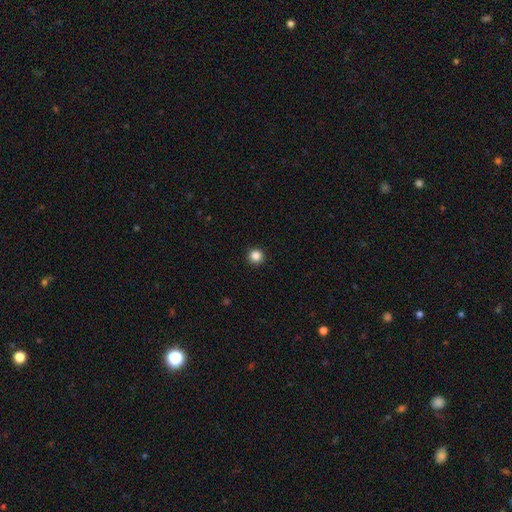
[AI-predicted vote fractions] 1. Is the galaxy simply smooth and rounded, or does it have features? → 86% smooth, 11% star or artifact, 3% featured or disk.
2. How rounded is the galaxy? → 96% round, 3% in between, 1% cigar-shaped.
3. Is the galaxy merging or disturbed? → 94% none, 4% minor disturbance, 1% major disturbance, 1% merger.